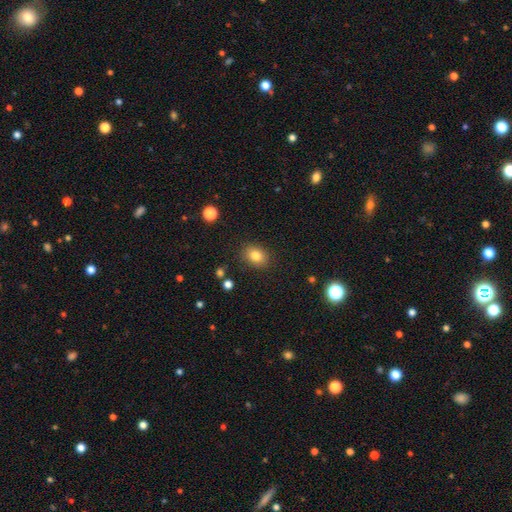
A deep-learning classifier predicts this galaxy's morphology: Smooth or featured? Predicted: smooth (p=0.82). How rounded? Predicted: in between (p=0.59). Merging? Predicted: none (p=0.86).